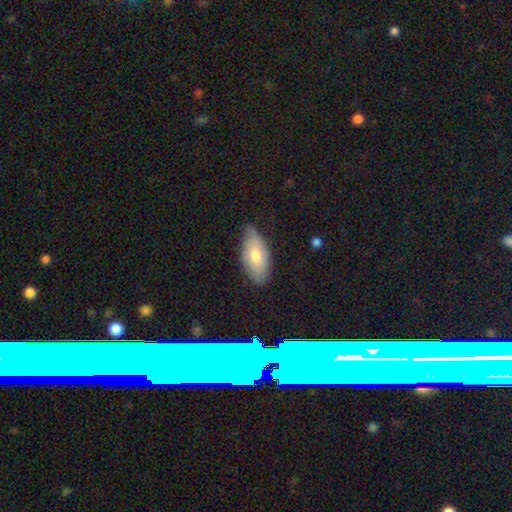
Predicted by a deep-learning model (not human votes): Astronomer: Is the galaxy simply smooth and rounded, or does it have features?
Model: smooth — 66%.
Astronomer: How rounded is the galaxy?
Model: in between — 89%.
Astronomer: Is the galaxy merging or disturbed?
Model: none — 71%.